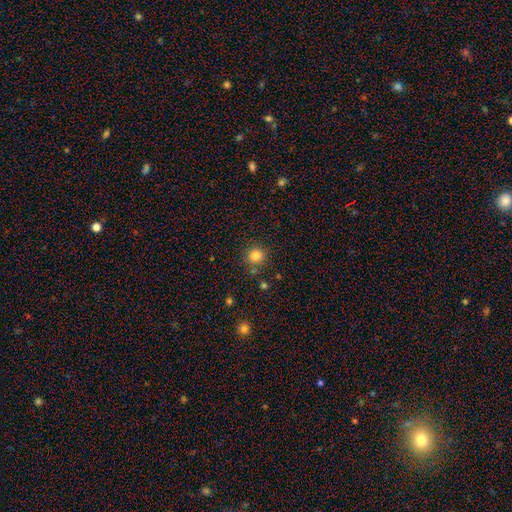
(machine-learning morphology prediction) This is clearly a smooth galaxy (82%). How rounded: clearly round (92%). Merging: clearly none (83%).